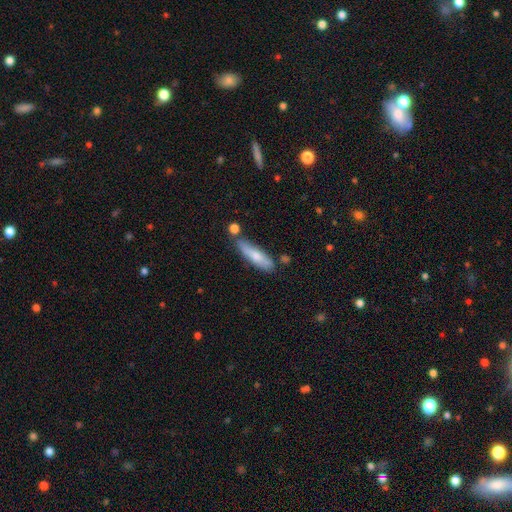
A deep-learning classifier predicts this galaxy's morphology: Smooth or featured? smooth (69%)
How rounded? cigar-shaped (69%)
Merging? none (66%)